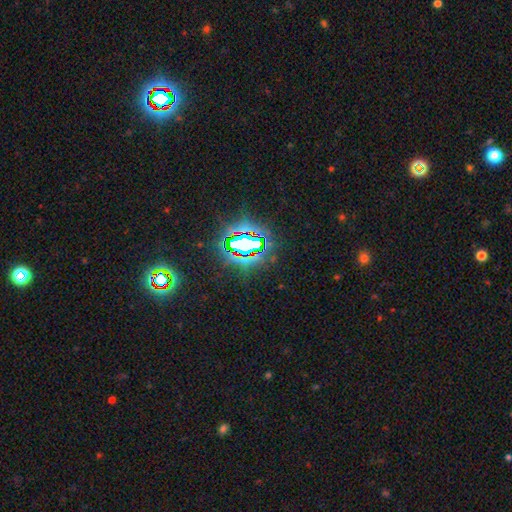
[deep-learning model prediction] A star or artifact, not a galaxy (83%).

Vote fractions:
- Smooth or featured? star or artifact: 83% / smooth: 10% / featured or disk: 7%